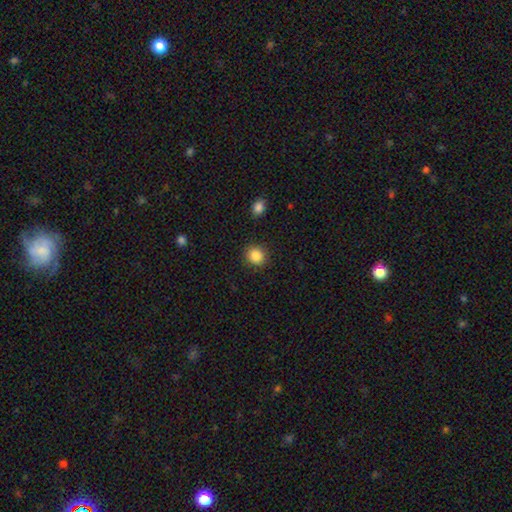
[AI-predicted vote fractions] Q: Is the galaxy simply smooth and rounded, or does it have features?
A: smooth — 87%.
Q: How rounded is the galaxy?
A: round — 85%.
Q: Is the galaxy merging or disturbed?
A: none — 89%.